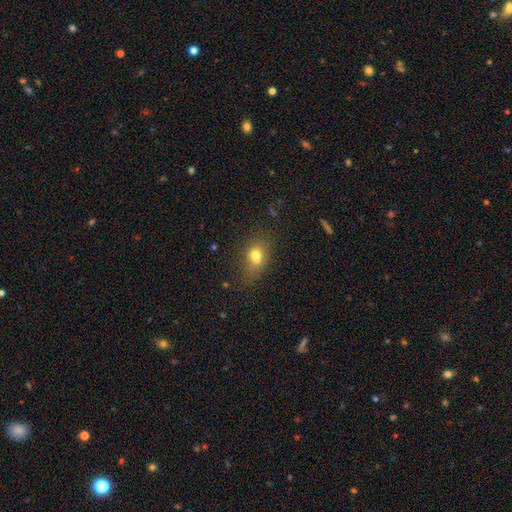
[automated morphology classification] This is likely a smooth galaxy (70%). How rounded: likely in between (65%). Merging: marginally none (45%).